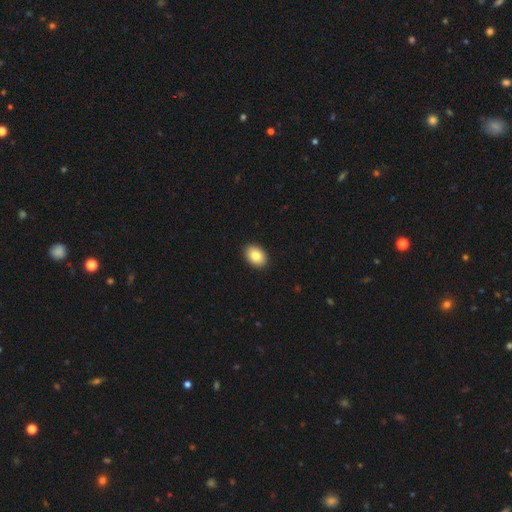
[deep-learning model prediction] Smooth or featured? smooth (85%)
How rounded? in between (79%)
Merging? none (92%)